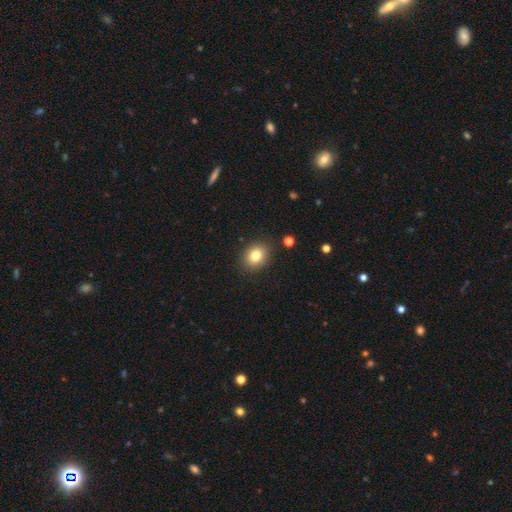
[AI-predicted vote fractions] This is clearly a smooth galaxy (81%). How rounded: possibly round (54%). Merging: clearly none (88%).